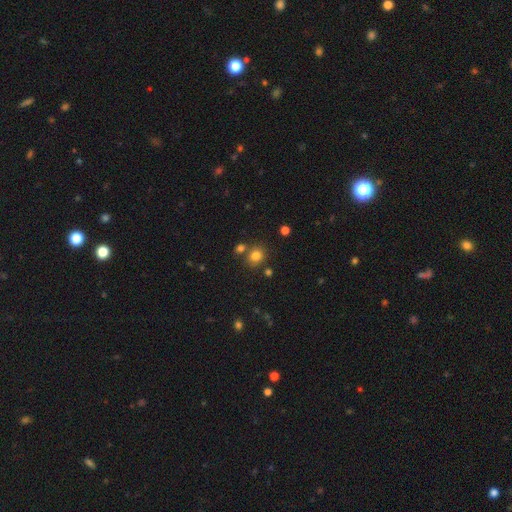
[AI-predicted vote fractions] Smooth or featured? Predicted: smooth (p=0.79). How rounded? Predicted: round (p=0.76). Merging? Predicted: none (p=0.72).